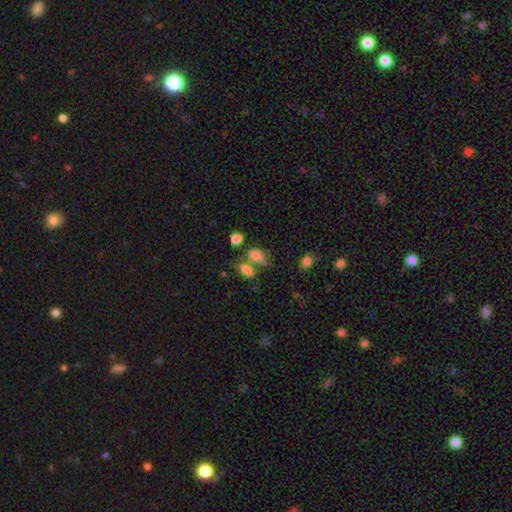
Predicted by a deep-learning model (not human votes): The model was most divided on "merging" (2-way tie): none: 38%, merger: 38%, minor disturbance: 16%, major disturbance: 9%. More confident: how rounded — in between (83%); smooth or featured — smooth (79%).